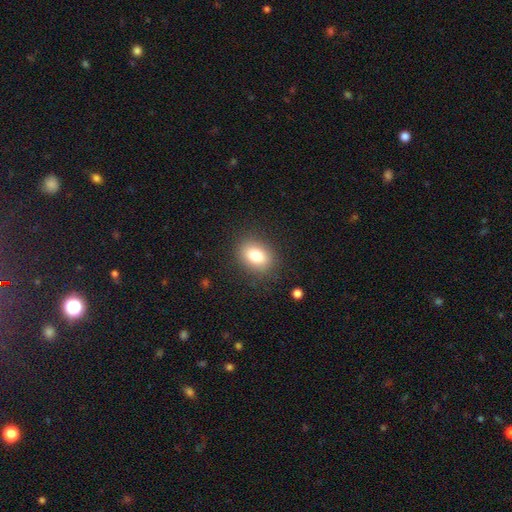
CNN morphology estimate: smooth-or-featured: smooth: 80% | featured or disk: 10% | star or artifact: 10%
  how-rounded: in between: 67% | round: 32% | cigar-shaped: 1%
  merging: none: 86% | minor disturbance: 10% | major disturbance: 4% | merger: 1%